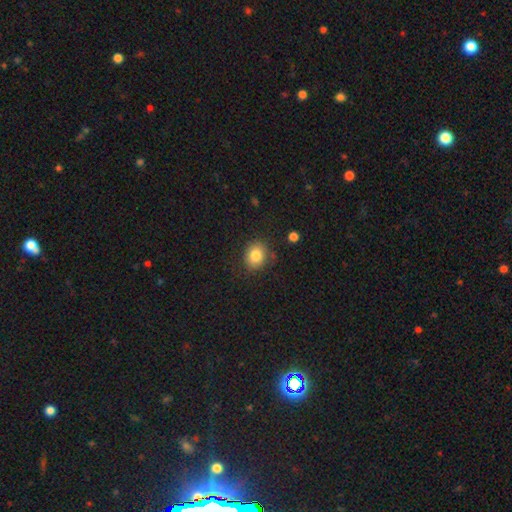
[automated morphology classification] Q: Smooth or featured?
A: smooth (82%); runner-up: star or artifact (10%)
Q: How rounded?
A: round (68%); runner-up: in between (31%)
Q: Merging?
A: none (81%); runner-up: minor disturbance (13%)